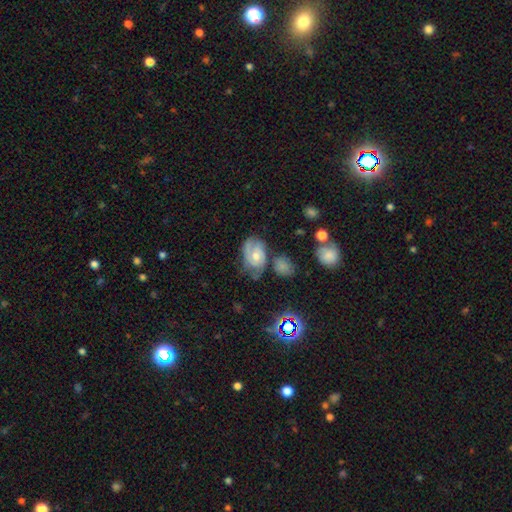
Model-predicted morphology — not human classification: Smooth or featured: featured or disk — 67% (smooth — 24%)
Edge-on disk: no — 96% (yes — 4%)
Bar: no — 68% (weak — 27%)
Spiral arms: yes — 87% (no — 13%)
Spiral winding: tight — 45% (medium — 40%)
Spiral arm count: 2 — 50% (can't tell — 24%)
Bulge size: moderate — 61% (small — 33%)
Merging: none — 49% (minor disturbance — 28%)